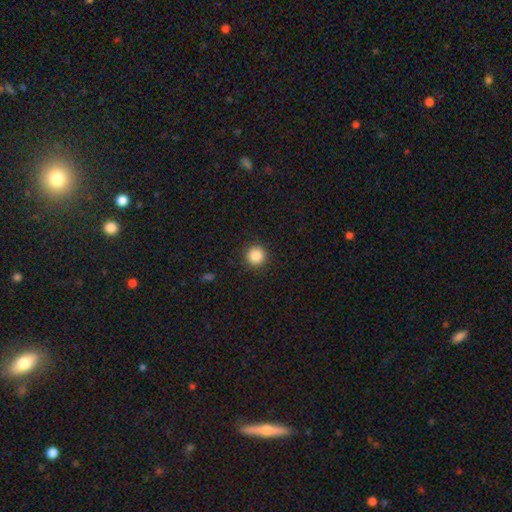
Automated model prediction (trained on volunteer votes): smooth 87%, star or artifact 10%, featured or disk 3%. Down the decision tree: how rounded — round (95%); merging — none (92%).